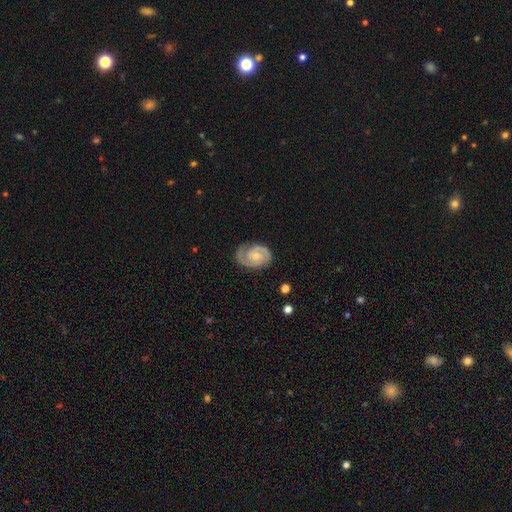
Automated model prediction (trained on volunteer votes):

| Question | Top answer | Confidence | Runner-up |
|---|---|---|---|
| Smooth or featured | featured or disk | 86% | smooth (9%) |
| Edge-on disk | no | 98% | yes (2%) |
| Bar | no | 62% | weak (33%) |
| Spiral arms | yes | 97% | no (3%) |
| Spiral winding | tight | 57% | medium (37%) |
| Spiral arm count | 2 | 90% | can't tell (4%) |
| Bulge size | small | 47% | moderate (32%) |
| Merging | none | 79% | minor disturbance (15%) |